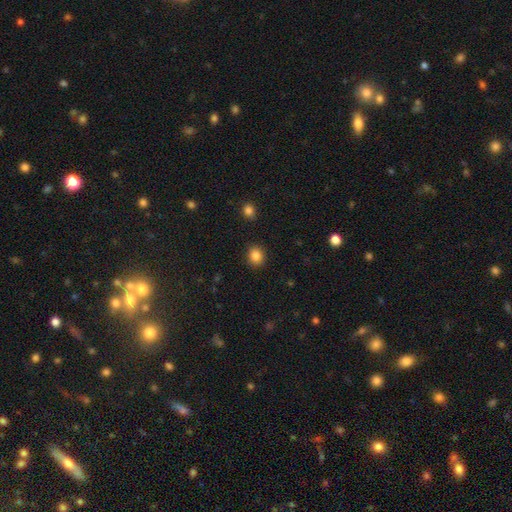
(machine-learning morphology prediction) Smooth or featured: smooth — 86% (star or artifact — 10%)
How rounded: round — 78% (in between — 21%)
Merging: none — 89% (minor disturbance — 7%)